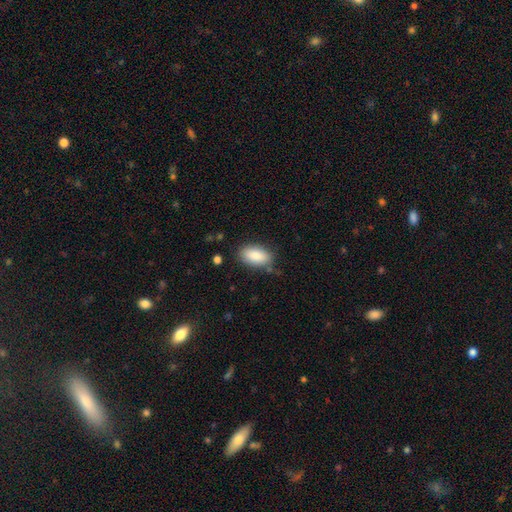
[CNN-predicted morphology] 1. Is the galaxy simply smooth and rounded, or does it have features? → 88% smooth, 6% star or artifact, 6% featured or disk.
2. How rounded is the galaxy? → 93% in between, 4% cigar-shaped, 3% round.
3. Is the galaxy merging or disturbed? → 80% none, 14% minor disturbance, 4% major disturbance, 2% merger.